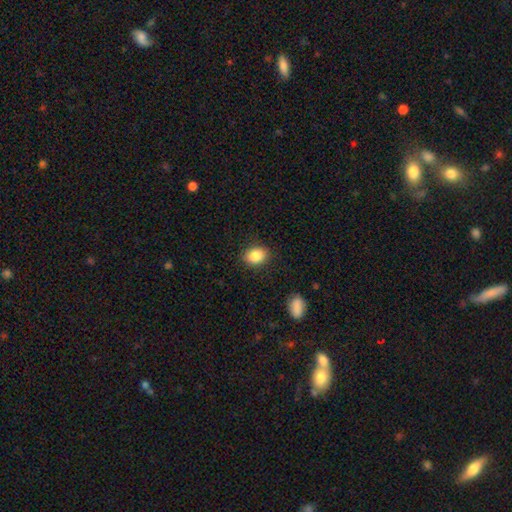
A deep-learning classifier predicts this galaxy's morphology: smooth_or_featured: smooth (p=0.86) [alt: star or artifact p=0.09]
how_rounded: in between (p=0.64) [alt: round p=0.35]
merging: none (p=0.87) [alt: minor disturbance p=0.09]